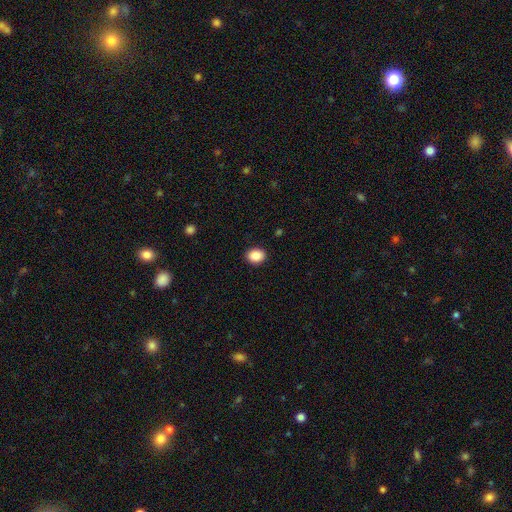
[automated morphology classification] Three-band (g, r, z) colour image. It shows a smooth galaxy with no disk features (88%) that is in between round and cigar-shaped (52%). Merging: none (91%).